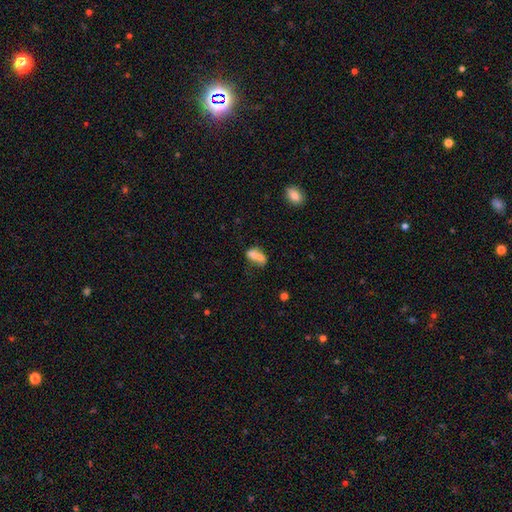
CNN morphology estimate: Overall: smooth (68%). How rounded: in between (72%). Merging: none (35%; merger 33%).